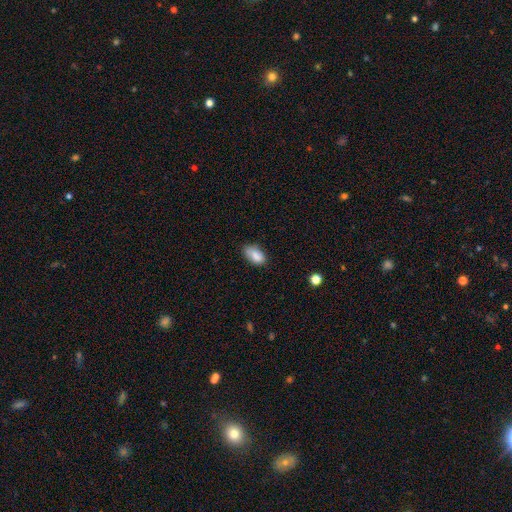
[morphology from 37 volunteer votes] Smooth or featured? 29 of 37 (78%) said smooth. How rounded? 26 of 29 (90%) said in between. Merging? 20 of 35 (57%) said none.